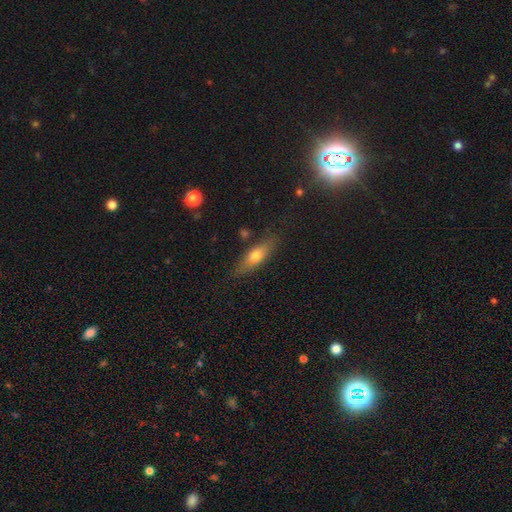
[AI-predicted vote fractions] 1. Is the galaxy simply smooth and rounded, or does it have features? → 58% smooth, 34% featured or disk, 8% star or artifact.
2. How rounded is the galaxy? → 54% cigar-shaped, 43% in between, 3% round.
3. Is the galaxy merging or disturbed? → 81% none, 14% minor disturbance, 3% major disturbance, 2% merger.